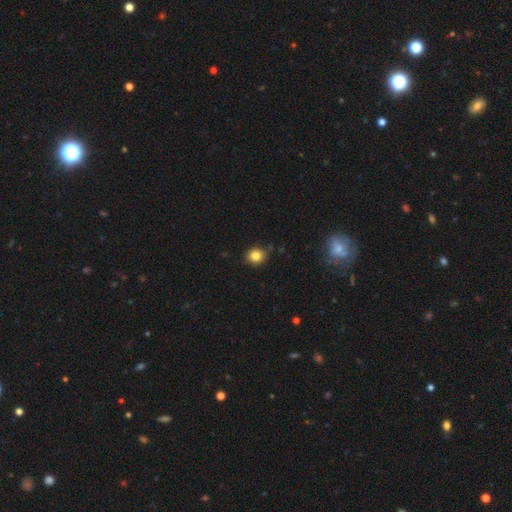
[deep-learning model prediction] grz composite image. It shows a smooth galaxy with no disk features (83%) that is round (83%). Merging: none (85%).